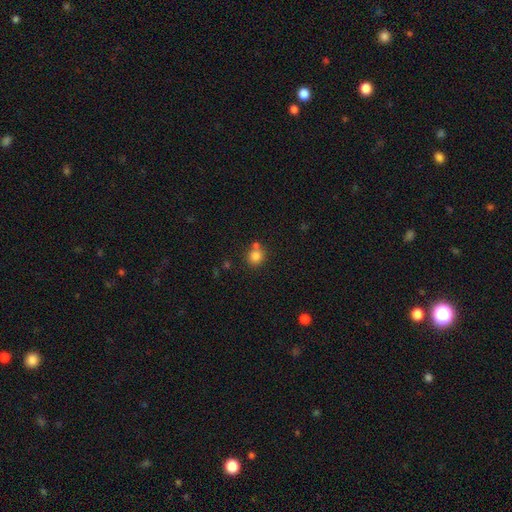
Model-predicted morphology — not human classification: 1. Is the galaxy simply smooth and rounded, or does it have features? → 81% smooth, 12% star or artifact, 7% featured or disk.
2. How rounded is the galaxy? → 86% round, 13% in between, 1% cigar-shaped.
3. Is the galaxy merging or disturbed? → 63% none, 23% merger, 10% minor disturbance, 3% major disturbance.